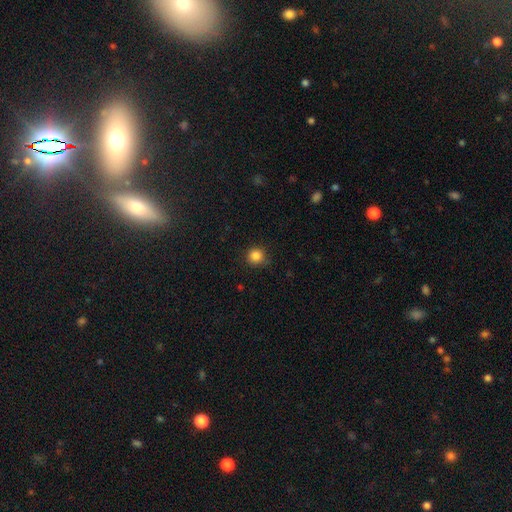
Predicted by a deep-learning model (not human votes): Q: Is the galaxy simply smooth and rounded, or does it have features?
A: smooth — 85%.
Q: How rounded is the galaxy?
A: round — 93%.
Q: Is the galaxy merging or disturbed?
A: none — 84%.